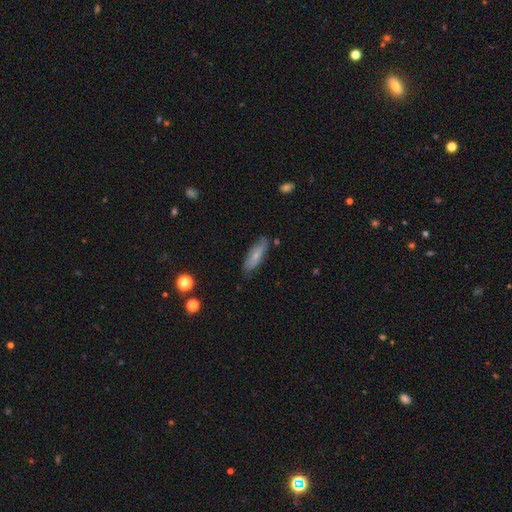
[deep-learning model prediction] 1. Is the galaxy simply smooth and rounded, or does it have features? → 65% smooth, 29% featured or disk, 7% star or artifact.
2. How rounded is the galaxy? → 54% in between, 44% cigar-shaped, 2% round.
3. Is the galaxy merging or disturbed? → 79% none, 17% minor disturbance, 3% major disturbance, 2% merger.